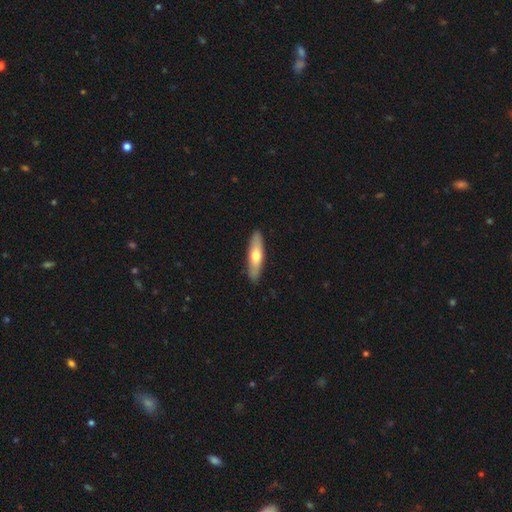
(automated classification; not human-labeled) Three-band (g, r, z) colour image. It shows a smooth galaxy with no disk features (61%) that is cigar-shaped (69%). Merging: none (88%).